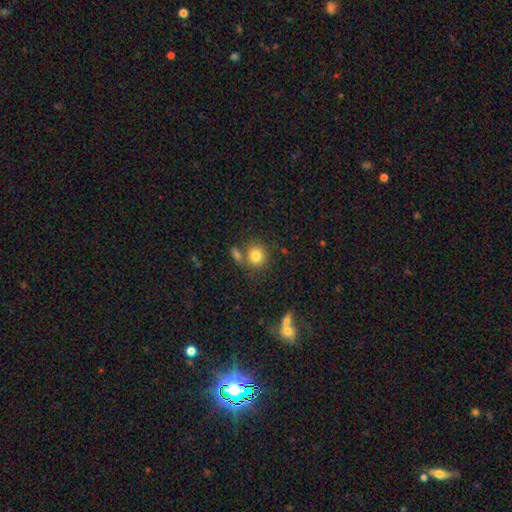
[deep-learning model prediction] Q: Smooth or featured?
A: smooth (81%); runner-up: star or artifact (10%)
Q: How rounded?
A: round (83%); runner-up: in between (16%)
Q: Merging?
A: none (66%); runner-up: merger (19%)